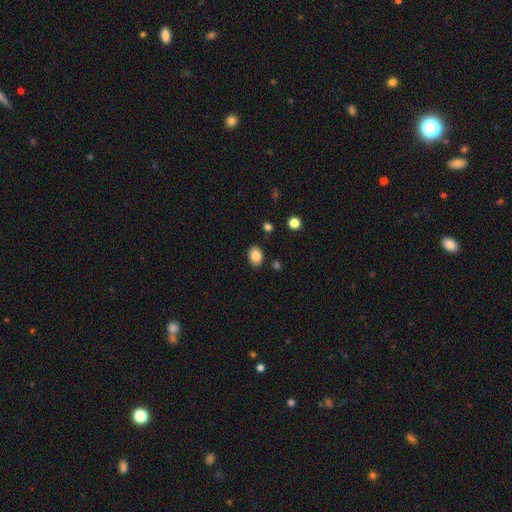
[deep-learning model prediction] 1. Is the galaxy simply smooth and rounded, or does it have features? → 85% smooth, 9% star or artifact, 6% featured or disk.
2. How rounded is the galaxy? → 70% in between, 29% round, 1% cigar-shaped.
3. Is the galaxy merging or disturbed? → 86% none, 9% minor disturbance, 2% major disturbance, 2% merger.